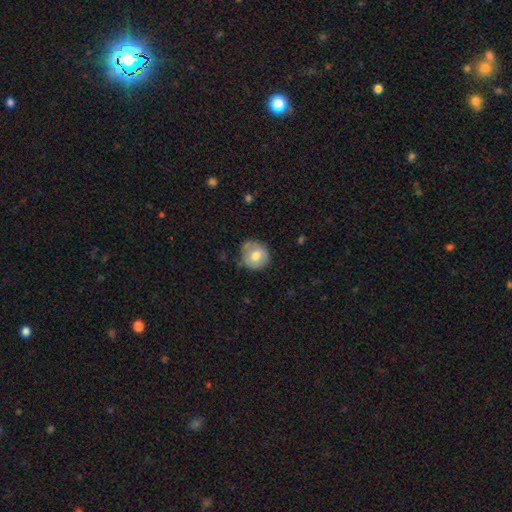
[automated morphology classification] Smooth or featured: smooth — 71% (featured or disk — 22%)
How rounded: round — 88% (in between — 11%)
Merging: none — 71% (minor disturbance — 22%)